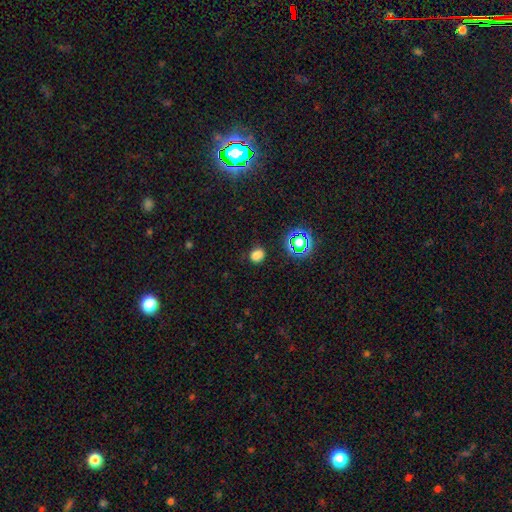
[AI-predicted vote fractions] Q: Smooth or featured?
A: smooth (71%); runner-up: star or artifact (23%)
Q: How rounded?
A: round (57%); runner-up: in between (41%)
Q: Merging?
A: none (73%); runner-up: minor disturbance (17%)